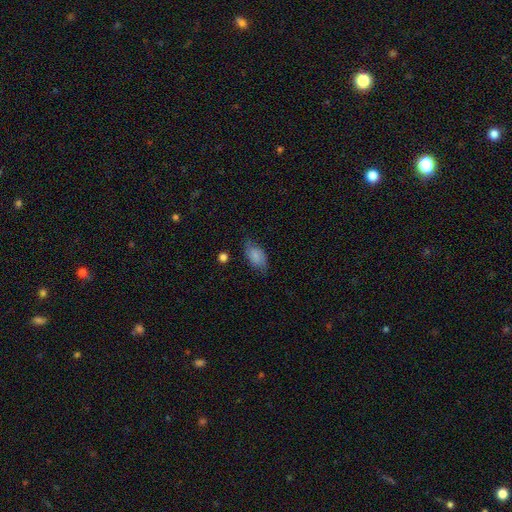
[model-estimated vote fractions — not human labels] Smooth or featured?
  - smooth: 75% *
  - featured or disk: 17%
  - star or artifact: 7%
How rounded?
  - in between: 92% *
  - round: 6%
  - cigar-shaped: 3%
Merging?
  - none: 68% *
  - minor disturbance: 24%
  - major disturbance: 6%
  - merger: 2%